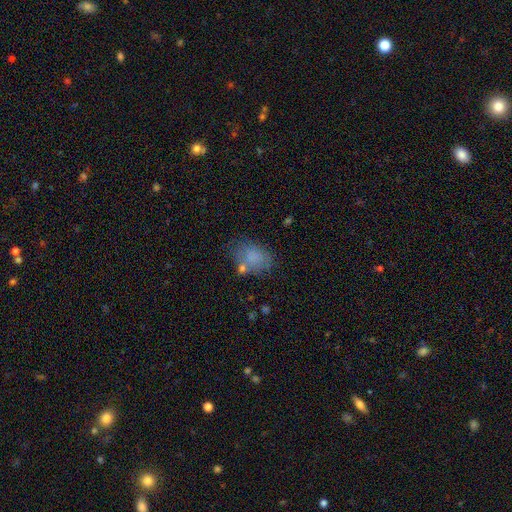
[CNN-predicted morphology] This appears to be a smooth galaxy with no disk features (74%) that is in between round and cigar-shaped (76%). Merging: none (57%).